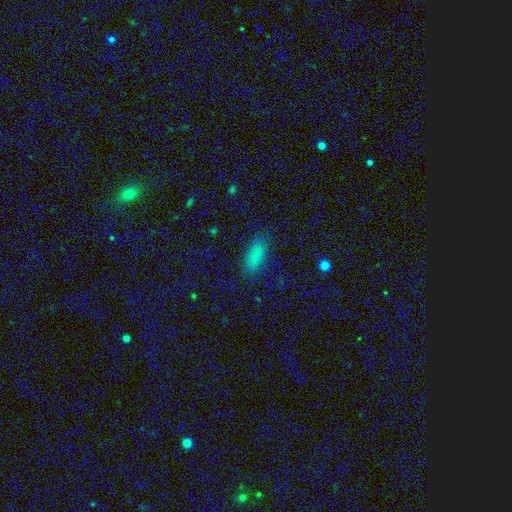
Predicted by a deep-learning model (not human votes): smooth-or-featured: smooth: 78% | star or artifact: 14% | featured or disk: 8%
  how-rounded: in between: 82% | cigar-shaped: 14% | round: 4%
  merging: none: 75% | minor disturbance: 16% | major disturbance: 7% | merger: 2%